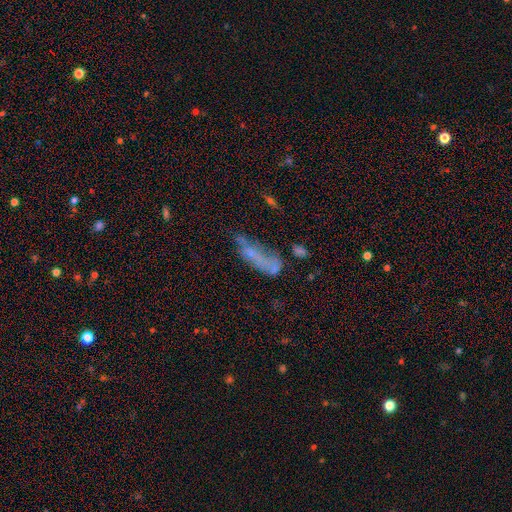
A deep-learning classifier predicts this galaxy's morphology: A smooth galaxy with no disk features (45%). Merging: major disturbance (30%).